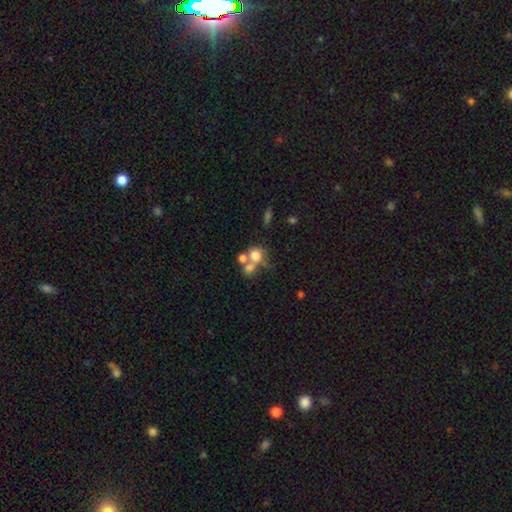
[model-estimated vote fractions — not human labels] Smooth or featured: smooth — 67% (featured or disk — 20%)
How rounded: round — 75% (in between — 24%)
Merging: merger — 53% (none — 31%)